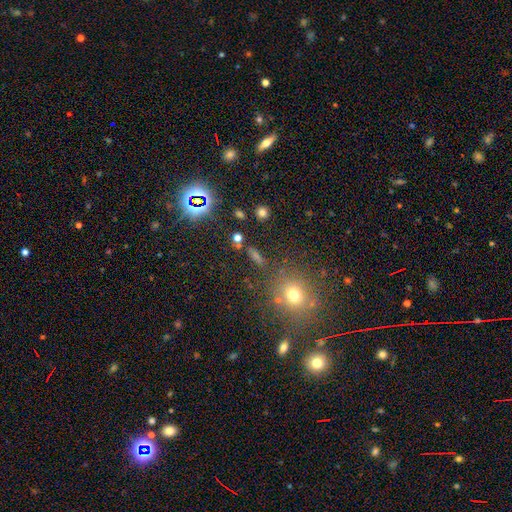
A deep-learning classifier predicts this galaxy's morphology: Smooth or featured? smooth (45%)
Merging? none (80%)